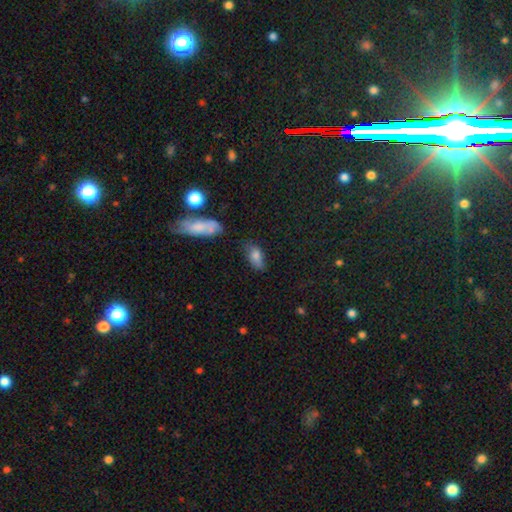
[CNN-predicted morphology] This appears to be a smooth galaxy with no disk features (76%) that is in between round and cigar-shaped (86%). Merging: none (56%).